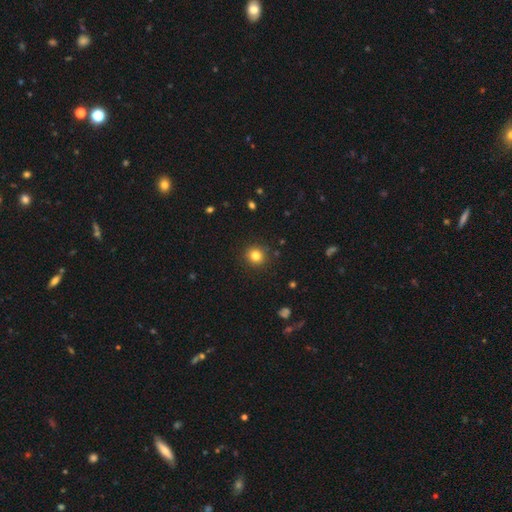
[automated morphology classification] smooth 82%, star or artifact 12%, featured or disk 6%. Down the decision tree: how rounded — round (92%); merging — none (90%).